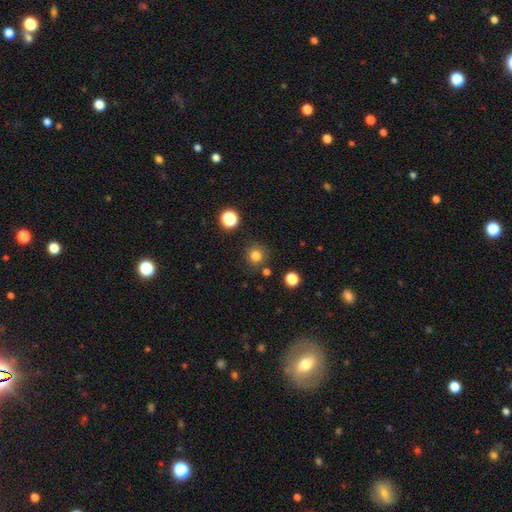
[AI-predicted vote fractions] Overall: smooth (80%). How rounded: round (92%). Merging: none (83%).